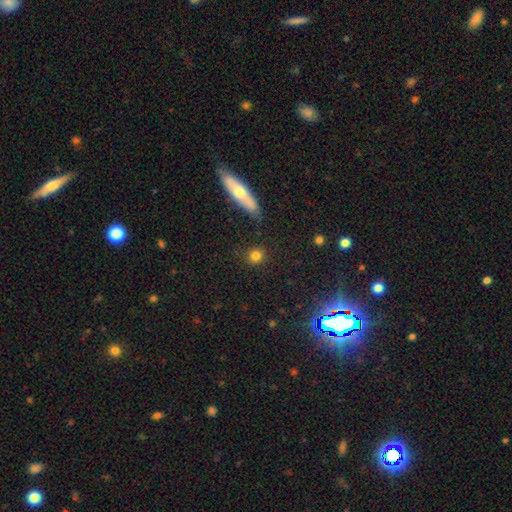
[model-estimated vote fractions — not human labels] Smooth or featured: smooth — 82% (star or artifact — 11%)
How rounded: round — 86% (in between — 12%)
Merging: none — 87% (minor disturbance — 8%)